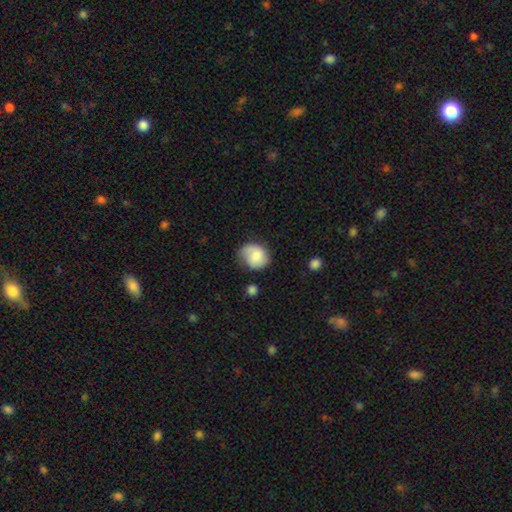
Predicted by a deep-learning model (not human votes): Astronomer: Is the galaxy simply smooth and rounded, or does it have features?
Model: smooth — 65%.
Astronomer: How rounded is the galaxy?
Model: round — 63%.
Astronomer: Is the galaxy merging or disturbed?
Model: none — 52% (runner-up: minor disturbance, 32%).